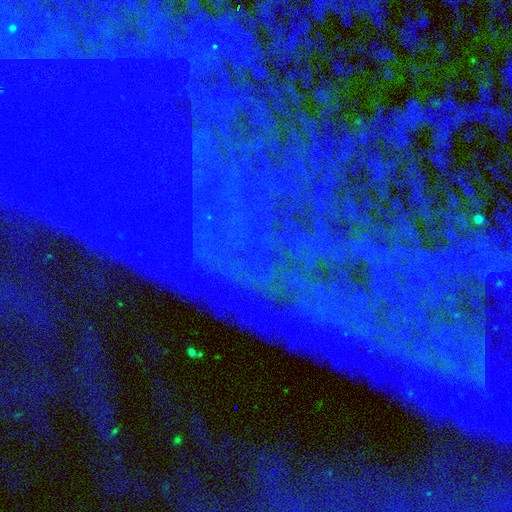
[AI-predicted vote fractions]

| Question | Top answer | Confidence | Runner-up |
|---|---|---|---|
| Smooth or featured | star or artifact | 83% | featured or disk (9%) |